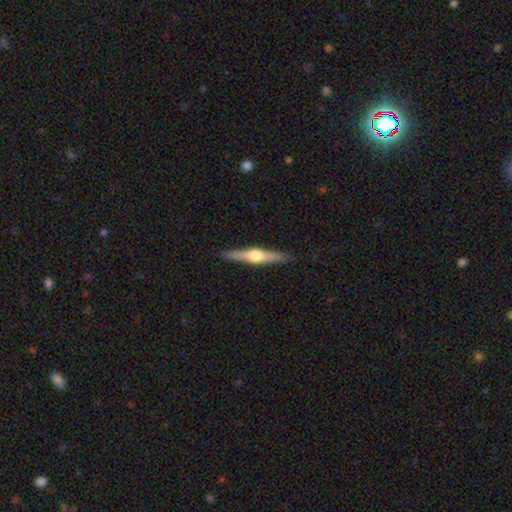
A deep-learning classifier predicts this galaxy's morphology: Overall: featured or disk (68%). Edge-on disk: yes (97%). Edge-on bulge: rounded (94%). Merging: none (90%).